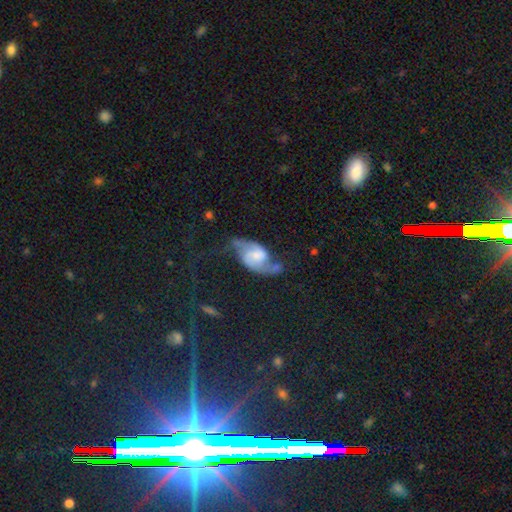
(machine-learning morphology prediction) Smooth or featured? Predicted: featured or disk (p=0.80). Edge-on disk? Predicted: no (p=0.97). Bar? Predicted: weak (p=0.44, tied with no). Spiral arms? Predicted: yes (p=0.94). Spiral winding? Predicted: loose (p=0.56). Spiral arm count? Predicted: 2 (p=0.93). Bulge size? Predicted: moderate (p=0.32). Merging? Predicted: none (p=0.54).